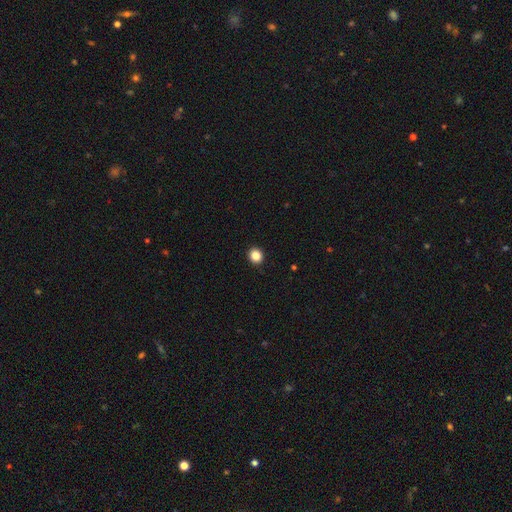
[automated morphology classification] This is clearly a smooth galaxy (86%). How rounded: clearly round (82%). Merging: clearly none (93%).